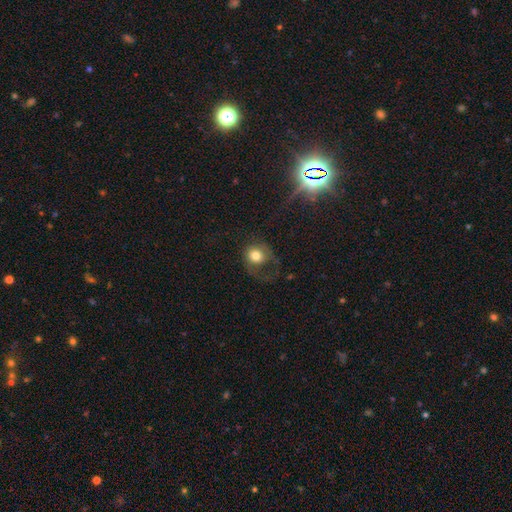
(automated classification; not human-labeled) Morphology: type=smooth (69%); roundness=round (74%); merging=major disturbance (44%).